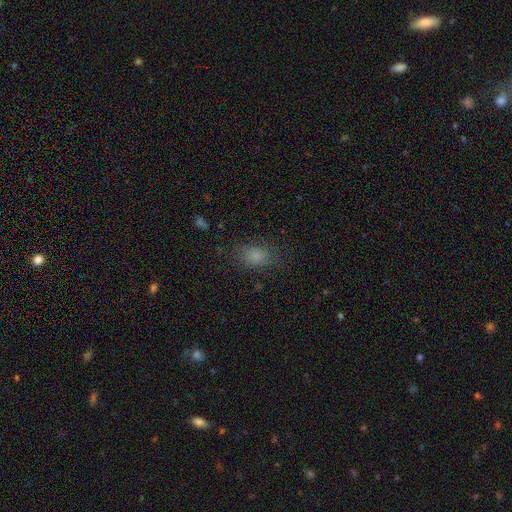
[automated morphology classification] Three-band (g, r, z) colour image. It shows a smooth galaxy with no disk features (80%) that is in between round and cigar-shaped (75%). Merging: none (78%).